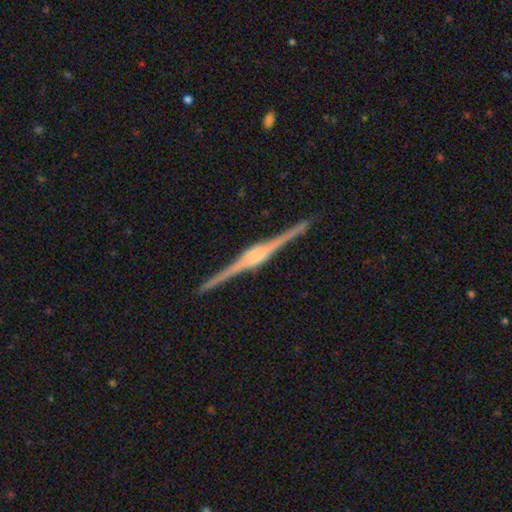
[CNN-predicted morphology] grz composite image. It shows a featured or disk galaxy (90%) viewed edge-on (99%) with a rounded central bulge (60%). Merging: none (91%).